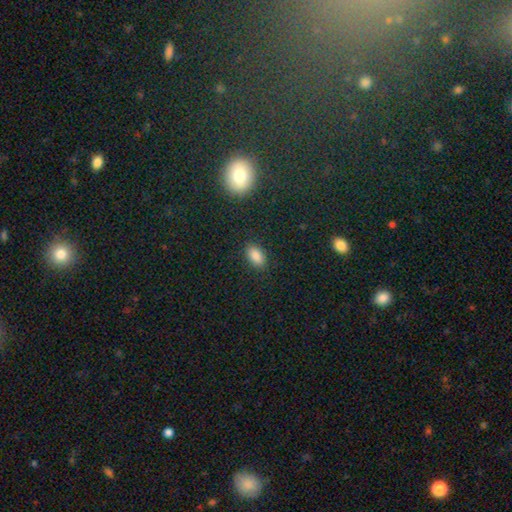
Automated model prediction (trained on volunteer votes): This appears to be a smooth galaxy with no disk features (86%) that is in between round and cigar-shaped (91%). Merging: none (87%).